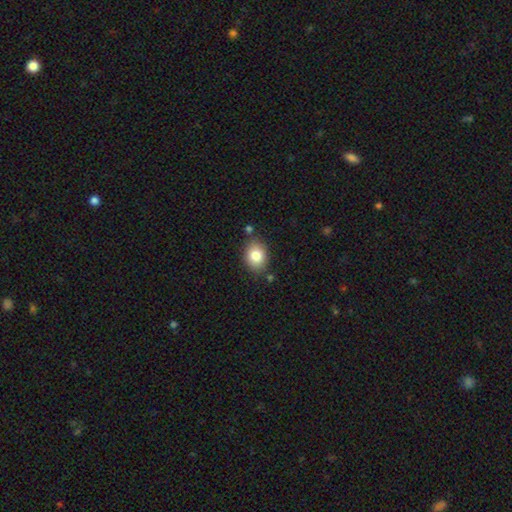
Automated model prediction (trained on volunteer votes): This appears to be a smooth galaxy with no disk features (82%) that is in between round and cigar-shaped (63%). Merging: none (80%).